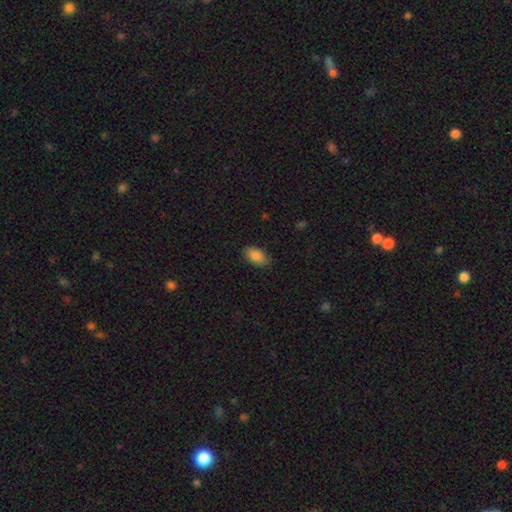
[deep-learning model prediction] Smooth or featured? smooth (86%)
How rounded? in between (92%)
Merging? none (84%)